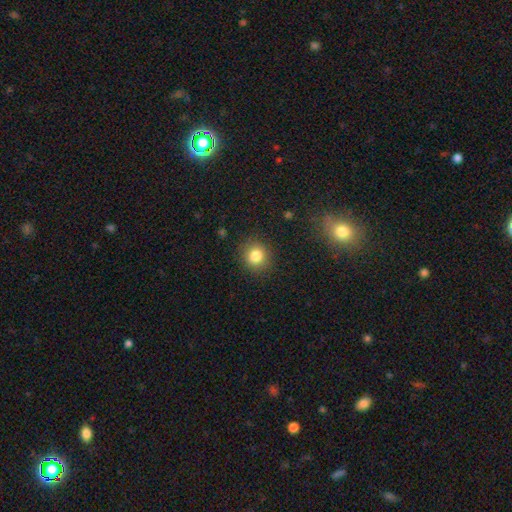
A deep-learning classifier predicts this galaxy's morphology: Smooth or featured?
  - smooth: 83% *
  - star or artifact: 11%
  - featured or disk: 6%
How rounded?
  - round: 88% *
  - in between: 11%
  - cigar-shaped: 1%
Merging?
  - none: 89% *
  - minor disturbance: 7%
  - major disturbance: 3%
  - merger: 1%